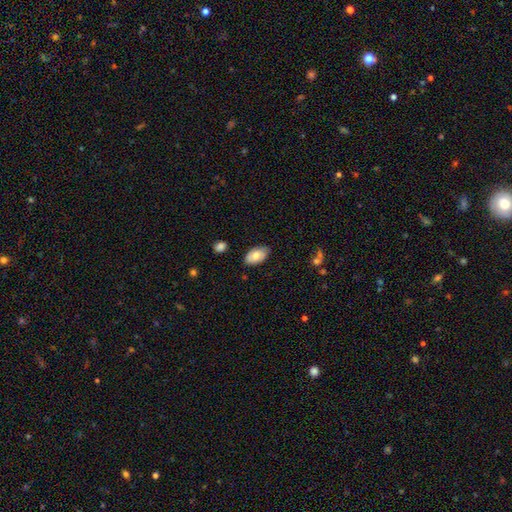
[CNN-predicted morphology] smooth 74%, featured or disk 19%, star or artifact 7%. Down the decision tree: how rounded — in between (94%); merging — none (79%).